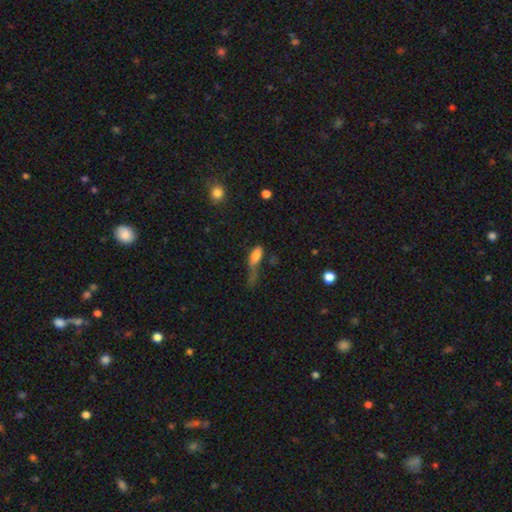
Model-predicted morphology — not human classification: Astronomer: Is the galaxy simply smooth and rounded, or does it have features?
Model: smooth — 74%.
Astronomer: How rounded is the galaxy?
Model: in between — 73%.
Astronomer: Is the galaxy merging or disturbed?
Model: major disturbance — 48%.